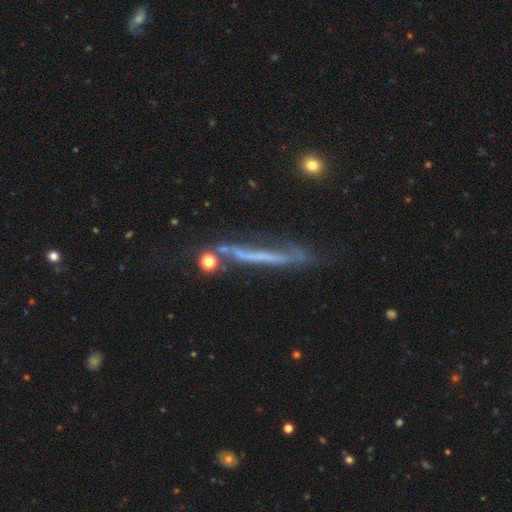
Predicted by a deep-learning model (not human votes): Smooth or featured? featured or disk (57%)
Edge-on disk? yes (87%)
Merging? none (60%)